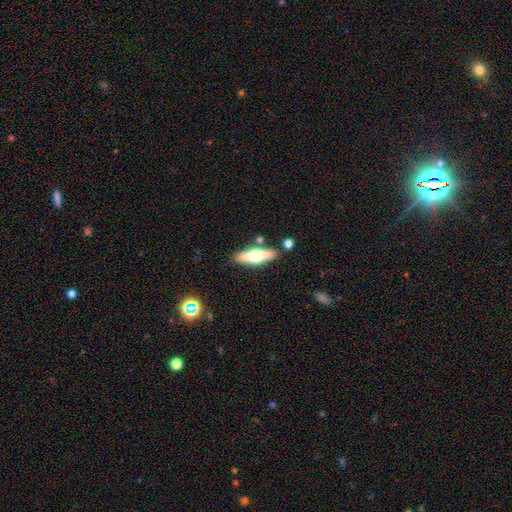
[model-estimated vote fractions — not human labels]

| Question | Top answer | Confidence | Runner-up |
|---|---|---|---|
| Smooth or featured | featured or disk | 52% | smooth (42%) |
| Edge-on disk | yes | 91% | no (9%) |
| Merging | none | 83% | minor disturbance (10%) |